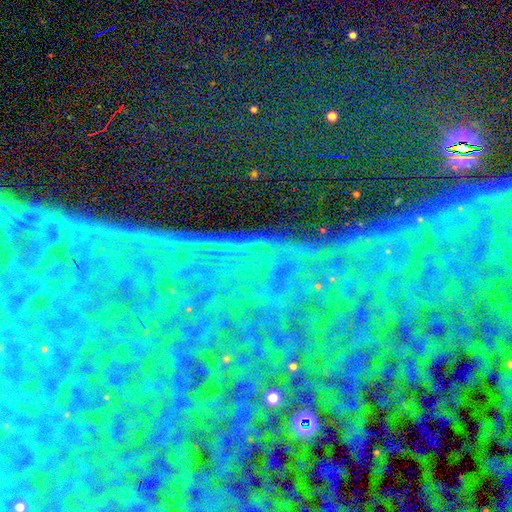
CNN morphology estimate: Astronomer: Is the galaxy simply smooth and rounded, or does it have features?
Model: star or artifact — 86%.